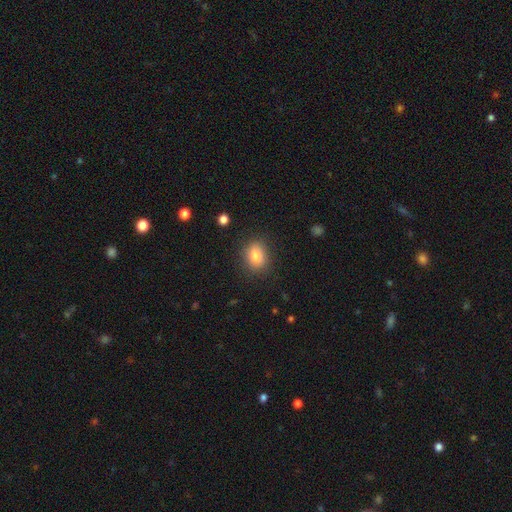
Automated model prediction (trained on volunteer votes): Overall: smooth (82%). How rounded: in between (56%; round 43%). Merging: none (84%).